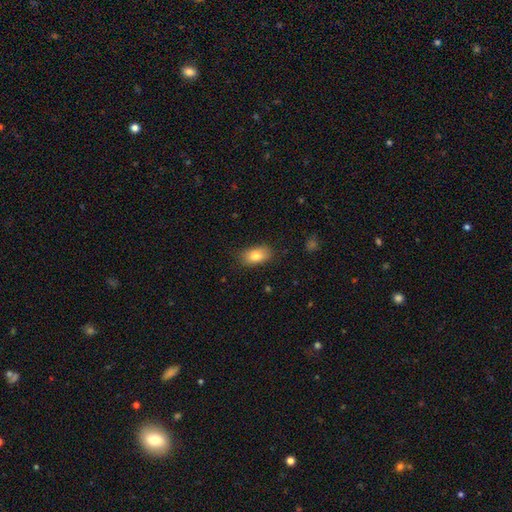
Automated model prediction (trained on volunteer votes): The model was most divided on "merging": none: 81%, minor disturbance: 14%, major disturbance: 3%, merger: 1%. More confident: how rounded — in between (89%); smooth or featured — smooth (81%).